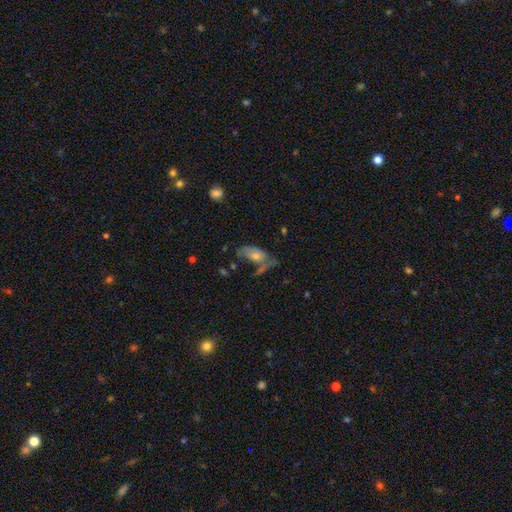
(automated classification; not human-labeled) This is possibly a featured or disk galaxy (45%). Merging: marginally none (39%).